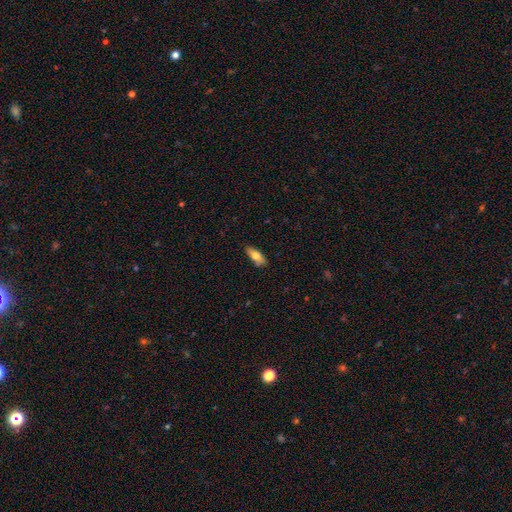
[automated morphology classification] This appears to be a smooth galaxy with no disk features (74%) that is in between round and cigar-shaped (78%). Merging: none (76%).